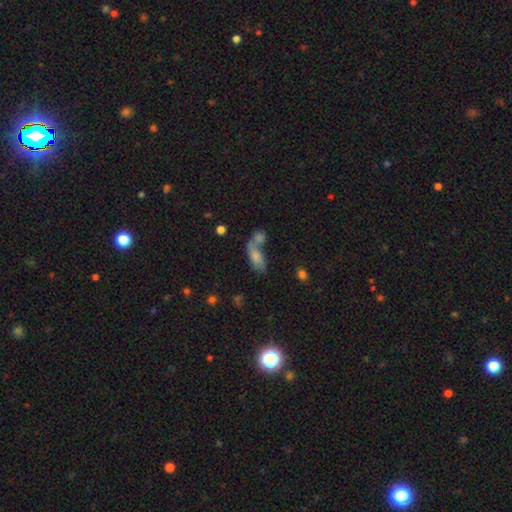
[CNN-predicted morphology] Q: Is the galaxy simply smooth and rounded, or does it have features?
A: smooth — 70%.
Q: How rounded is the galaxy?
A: in between — 79%.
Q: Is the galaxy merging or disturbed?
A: merger — 50%.